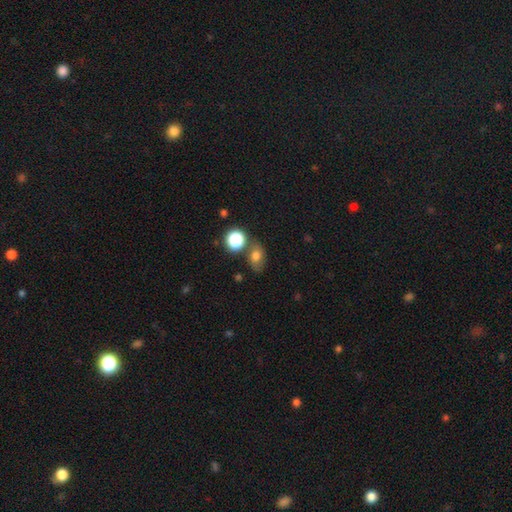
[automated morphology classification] A smooth galaxy with no disk features (71%) that is in between round and cigar-shaped (71%).

Vote fractions:
- Smooth or featured? smooth: 71% / star or artifact: 15% / featured or disk: 14%
- How rounded? in between: 71% / round: 27% / cigar-shaped: 2%
- Merging? none: 64% / minor disturbance: 16% / merger: 13% / major disturbance: 6%